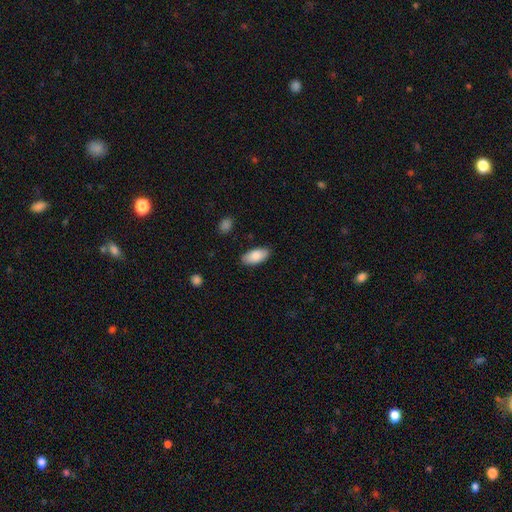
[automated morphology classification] A smooth galaxy with no disk features (86%) that is in between round and cigar-shaped (91%).

Vote fractions:
- Smooth or featured? smooth: 86% / featured or disk: 8% / star or artifact: 6%
- How rounded? in between: 91% / cigar-shaped: 7% / round: 2%
- Merging? none: 86% / minor disturbance: 11% / major disturbance: 2% / merger: 1%